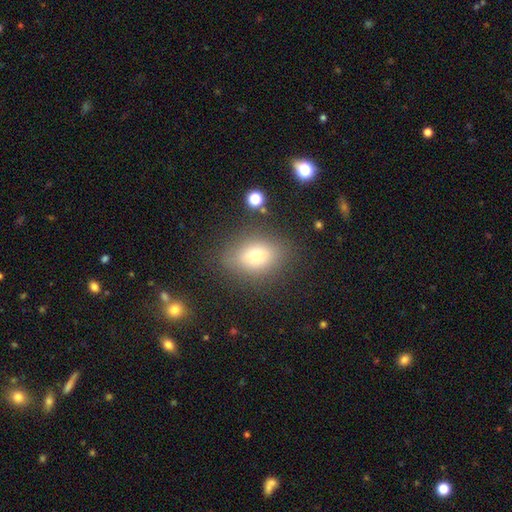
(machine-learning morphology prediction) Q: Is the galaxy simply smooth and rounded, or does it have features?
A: smooth — 71%.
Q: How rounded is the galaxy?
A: in between — 72%.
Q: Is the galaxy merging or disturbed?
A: none — 79%.